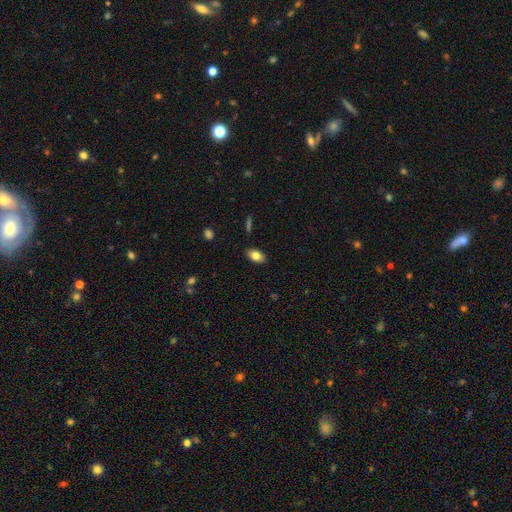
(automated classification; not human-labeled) This appears to be a smooth galaxy with no disk features (80%) that is in between round and cigar-shaped (91%). Merging: none (87%).